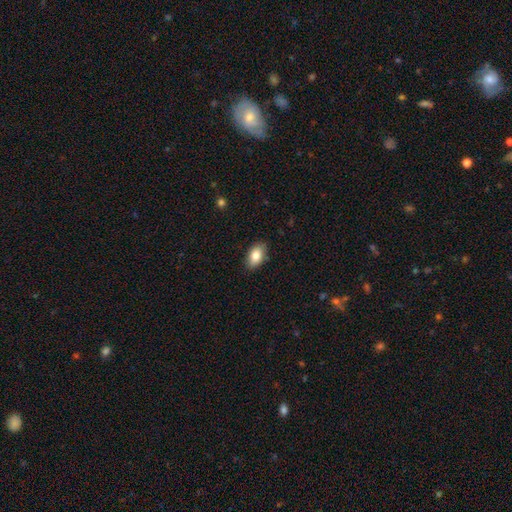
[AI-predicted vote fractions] Morphology: type=smooth (83%); roundness=in between (92%); merging=none (87%).